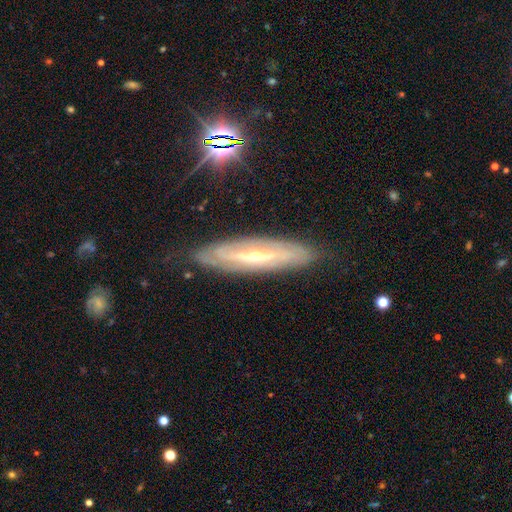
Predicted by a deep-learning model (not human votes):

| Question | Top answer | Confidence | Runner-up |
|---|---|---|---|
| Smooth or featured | featured or disk | 81% | smooth (12%) |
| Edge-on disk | no | 68% | yes (32%) |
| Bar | no | 34% | tied: strong (34%) |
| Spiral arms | yes | 82% | no (18%) |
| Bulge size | small | 61% | moderate (36%) |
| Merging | none | 79% | minor disturbance (15%) |